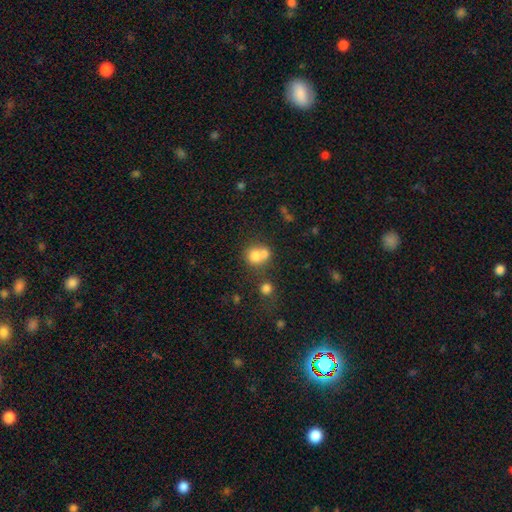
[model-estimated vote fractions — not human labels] Smooth or featured: smooth — 74% (featured or disk — 14%)
How rounded: round — 76% (in between — 23%)
Merging: merger — 53% (none — 34%)